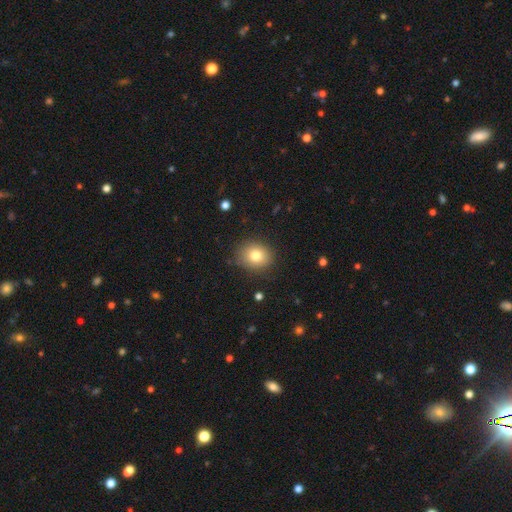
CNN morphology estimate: smooth_or_featured: smooth (p=0.78) [alt: star or artifact p=0.11]
how_rounded: round (p=0.68) [alt: in between p=0.31]
merging: none (p=0.85) [alt: minor disturbance p=0.11]